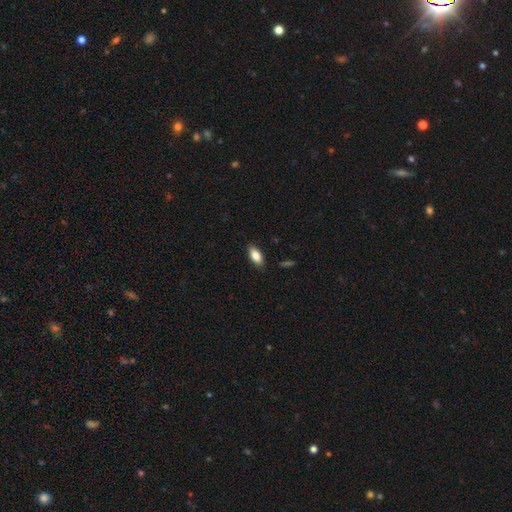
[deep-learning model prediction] Smooth or featured? Predicted: smooth (p=0.83). How rounded? Predicted: in between (p=0.88). Merging? Predicted: none (p=0.87).